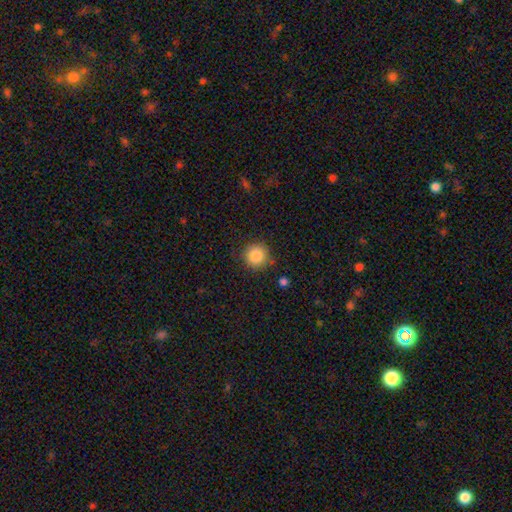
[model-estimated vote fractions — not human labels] Morphology: type=smooth (86%); roundness=round (94%); merging=none (85%).